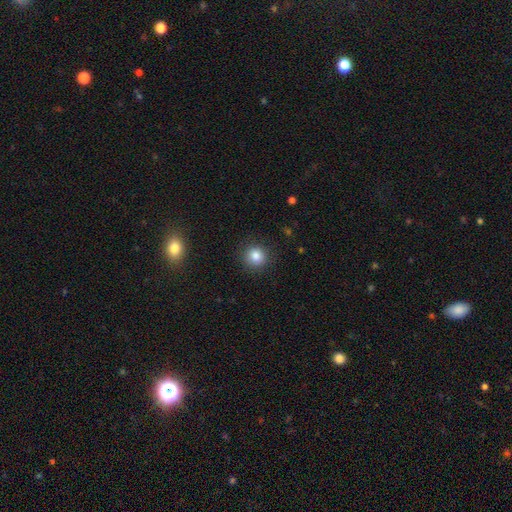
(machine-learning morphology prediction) The model was most divided on "smooth or featured": smooth: 84%, star or artifact: 11%, featured or disk: 5%. More confident: how rounded — round (90%); merging — none (89%).